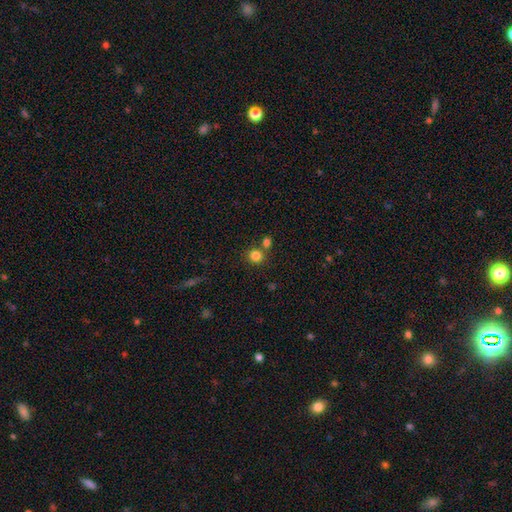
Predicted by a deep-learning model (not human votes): smooth 82%, star or artifact 12%, featured or disk 5%. Down the decision tree: how rounded — round (89%); merging — none (69%).